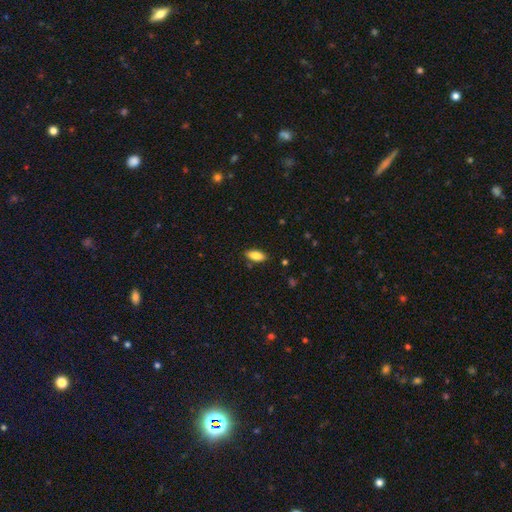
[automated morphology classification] smooth-or-featured: smooth: 83% | featured or disk: 10% | star or artifact: 7%
  how-rounded: in between: 87% | cigar-shaped: 11% | round: 2%
  merging: none: 85% | minor disturbance: 11% | major disturbance: 2% | merger: 2%